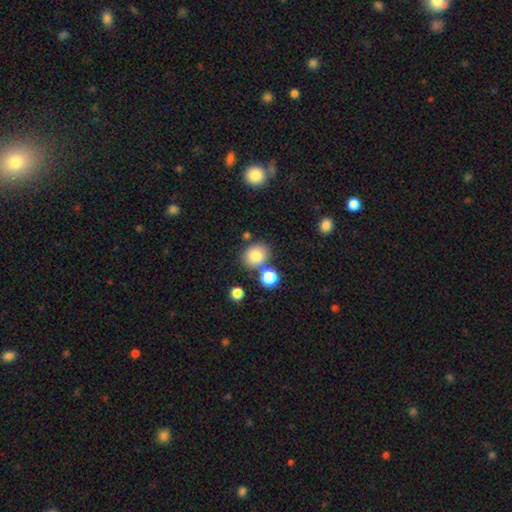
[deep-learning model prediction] Smooth or featured? Predicted: smooth (p=0.80). How rounded? Predicted: round (p=0.63). Merging? Predicted: none (p=0.71).